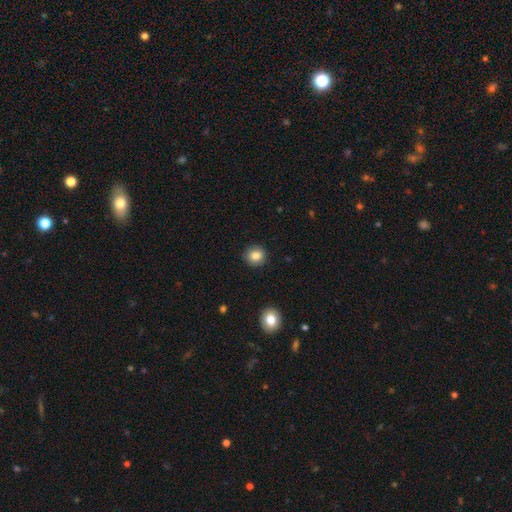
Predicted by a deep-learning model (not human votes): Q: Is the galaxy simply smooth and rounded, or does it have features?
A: smooth — 84%.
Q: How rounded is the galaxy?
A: round — 84%.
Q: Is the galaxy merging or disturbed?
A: none — 89%.